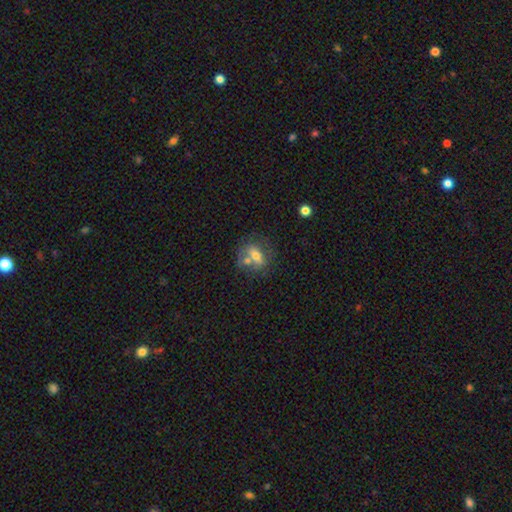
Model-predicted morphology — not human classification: The model was most divided on "merging": none: 44%, merger: 31%, minor disturbance: 16%, major disturbance: 9%. More confident: how rounded — in between (63%); smooth or featured — smooth (53%).